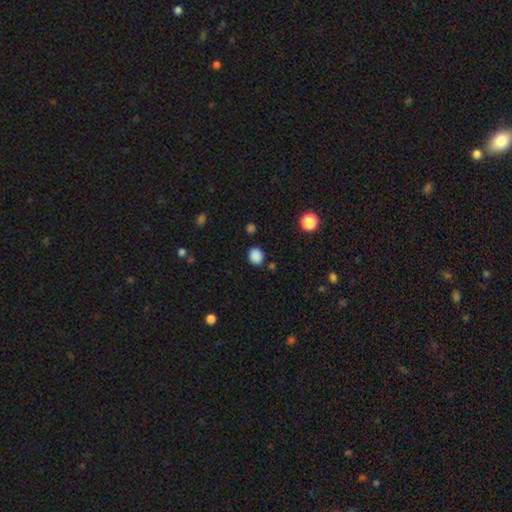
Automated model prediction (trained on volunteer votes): A smooth galaxy with no disk features (86%) that is round (69%). Merging: none (84%).